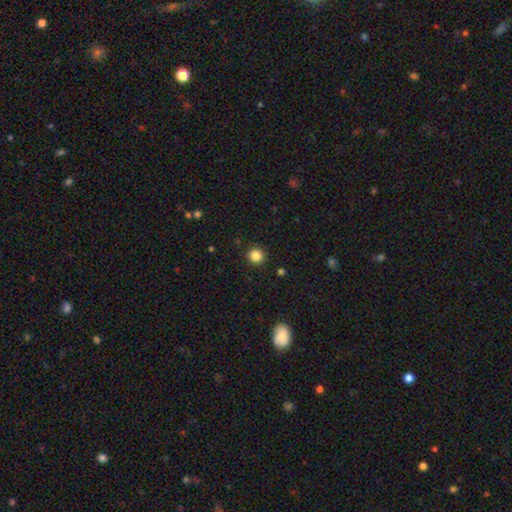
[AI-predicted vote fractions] smooth_or_featured: smooth (p=0.85) [alt: star or artifact p=0.11]
how_rounded: round (p=0.93) [alt: in between p=0.06]
merging: none (p=0.92) [alt: minor disturbance p=0.05]